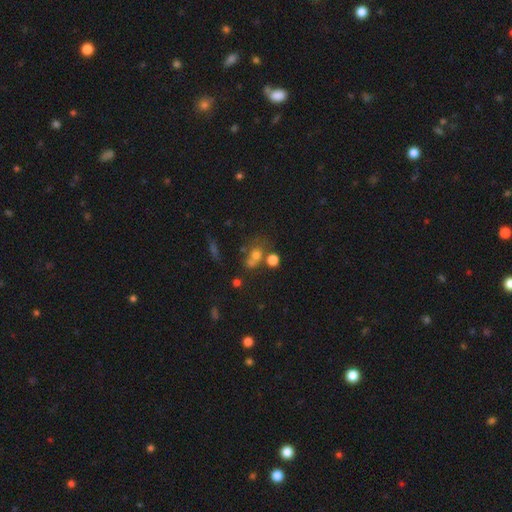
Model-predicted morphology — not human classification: The model was most divided on "merging": none: 43%, merger: 34%, minor disturbance: 13%, major disturbance: 10%. More confident: how rounded — round (66%); smooth or featured — smooth (58%).